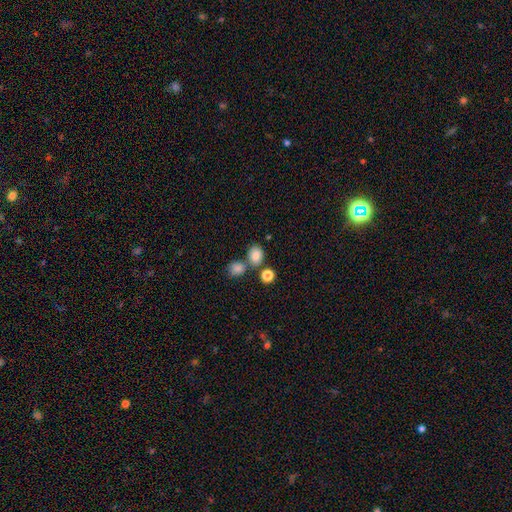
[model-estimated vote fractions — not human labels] A smooth galaxy with no disk features (82%) that is in between round and cigar-shaped (55%). Merging: none (59%).